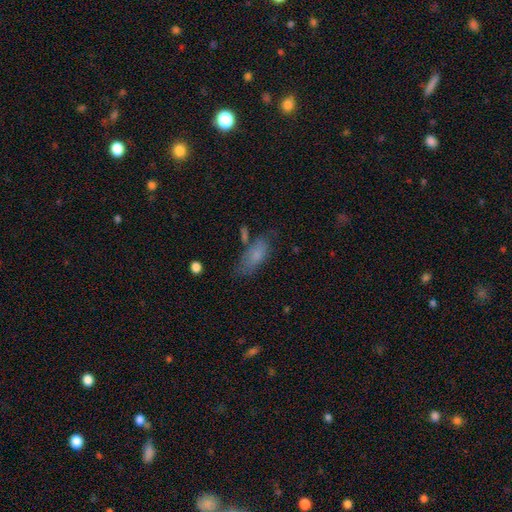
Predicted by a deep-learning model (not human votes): Q: Smooth or featured?
A: smooth (75%); runner-up: featured or disk (16%)
Q: How rounded?
A: in between (78%); runner-up: cigar-shaped (19%)
Q: Merging?
A: none (59%); runner-up: minor disturbance (23%)